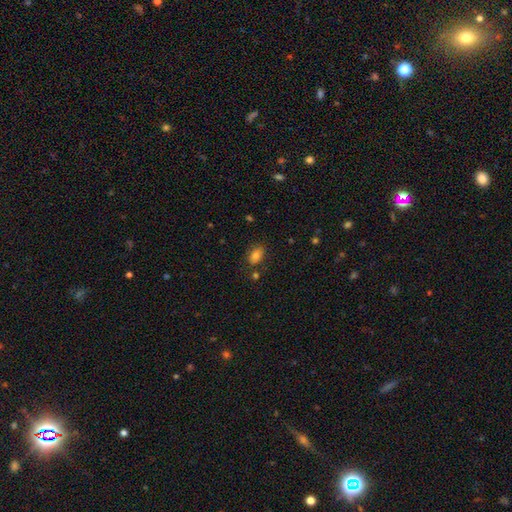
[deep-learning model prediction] A smooth galaxy with no disk features (78%) that is in between round and cigar-shaped (80%). Merging: none (78%).